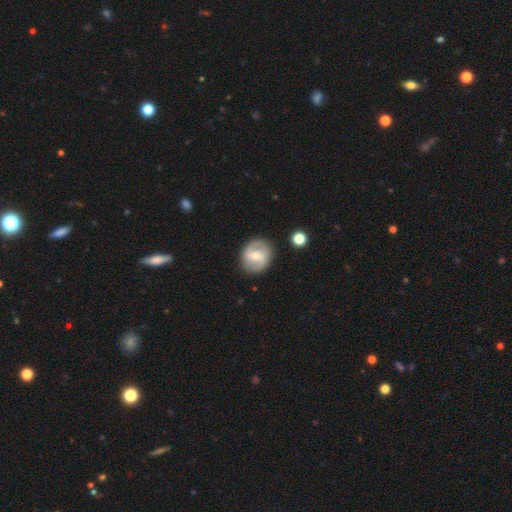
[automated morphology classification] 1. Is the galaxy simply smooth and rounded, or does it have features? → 63% featured or disk, 31% smooth, 6% star or artifact.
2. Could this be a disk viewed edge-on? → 97% no, 3% yes.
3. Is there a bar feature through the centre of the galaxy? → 47% weak, 29% no, 24% strong.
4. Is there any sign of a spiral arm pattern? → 76% yes, 24% no.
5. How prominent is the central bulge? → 49% moderate, 47% small, 2% large, 1% none, 1% dominant.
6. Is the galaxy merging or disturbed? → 86% none, 10% minor disturbance, 3% major disturbance, 2% merger.